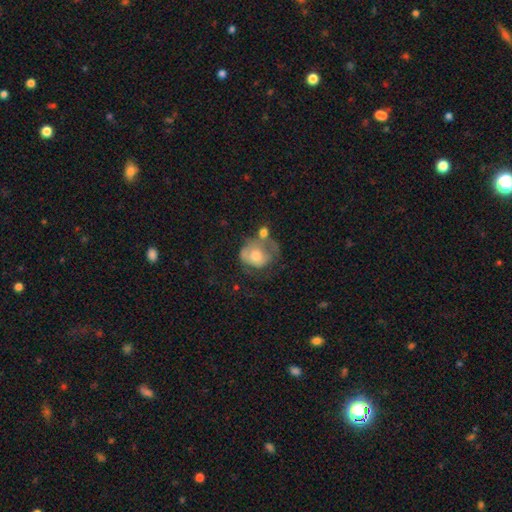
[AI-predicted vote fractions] A smooth galaxy with no disk features (47%). Merging: none (29%).